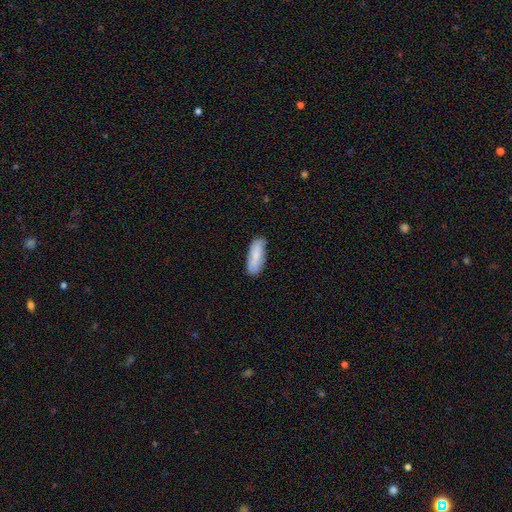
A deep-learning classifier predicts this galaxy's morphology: A smooth galaxy with no disk features (75%) that is in between round and cigar-shaped (77%).

Vote fractions:
- Smooth or featured? smooth: 75% / featured or disk: 19% / star or artifact: 6%
- How rounded? in between: 77% / cigar-shaped: 21% / round: 2%
- Merging? none: 78% / minor disturbance: 18% / major disturbance: 3% / merger: 1%